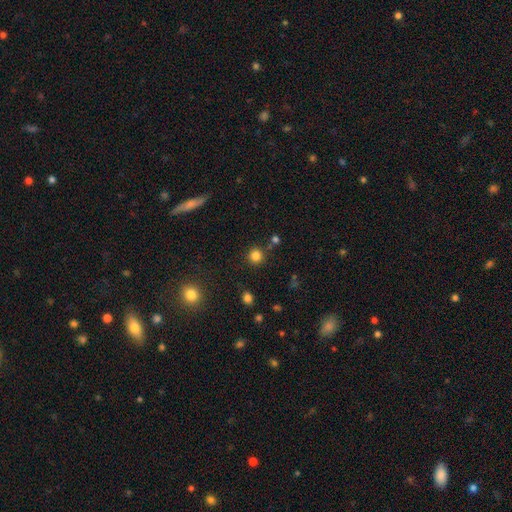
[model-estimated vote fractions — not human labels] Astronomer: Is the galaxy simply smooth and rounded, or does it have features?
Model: smooth — 82%.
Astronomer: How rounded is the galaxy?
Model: round — 94%.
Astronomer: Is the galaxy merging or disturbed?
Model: none — 84%.